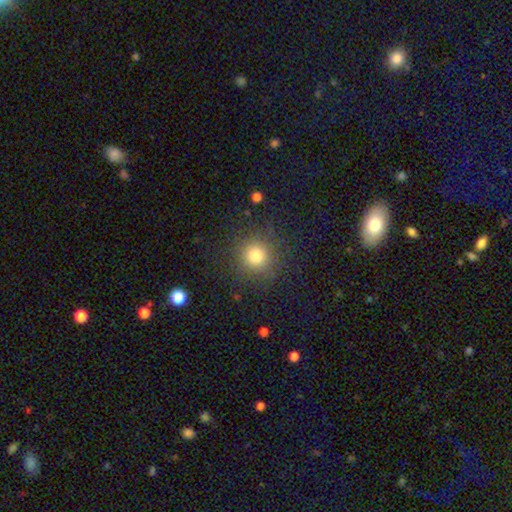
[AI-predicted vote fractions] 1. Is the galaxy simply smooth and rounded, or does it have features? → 78% smooth, 16% star or artifact, 6% featured or disk.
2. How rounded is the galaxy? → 93% round, 6% in between, 1% cigar-shaped.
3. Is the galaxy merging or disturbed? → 87% none, 8% minor disturbance, 4% major disturbance, 1% merger.